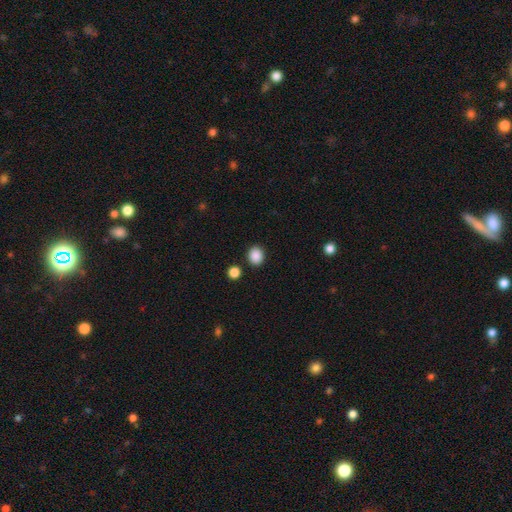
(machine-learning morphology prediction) A smooth galaxy with no disk features (88%) that is round (63%). Merging: none (87%).